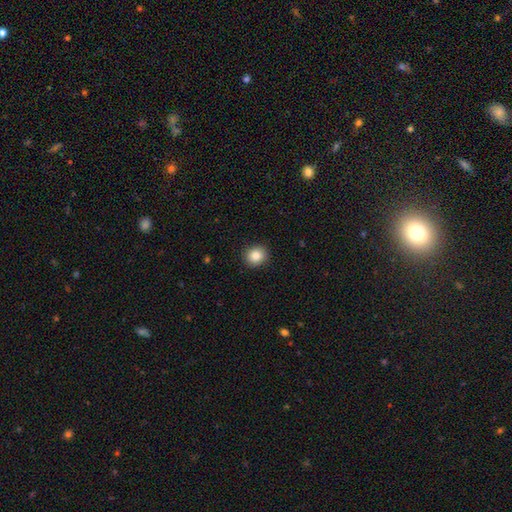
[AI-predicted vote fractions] Q: Smooth or featured?
A: smooth (85%); runner-up: star or artifact (10%)
Q: How rounded?
A: round (84%); runner-up: in between (15%)
Q: Merging?
A: none (91%); runner-up: minor disturbance (6%)